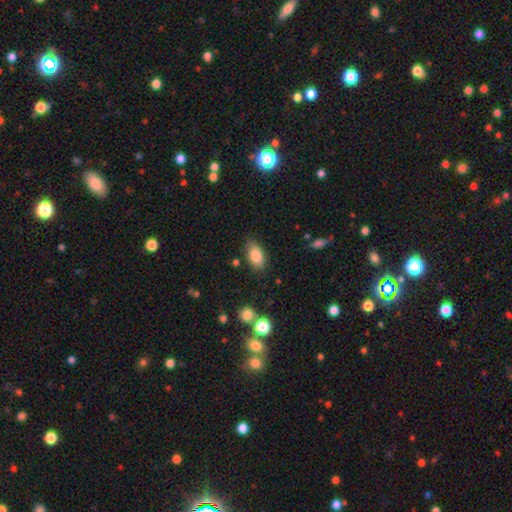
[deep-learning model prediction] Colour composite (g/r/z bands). It shows a smooth galaxy with no disk features (84%) that is in between round and cigar-shaped (91%). Merging: none (81%).